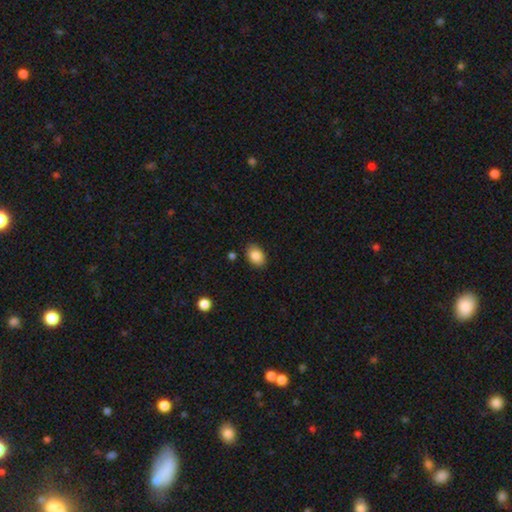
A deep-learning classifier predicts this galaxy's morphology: smooth-or-featured: smooth: 87% | star or artifact: 8% | featured or disk: 5%
  how-rounded: in between: 81% | round: 18% | cigar-shaped: 1%
  merging: none: 85% | minor disturbance: 10% | major disturbance: 2% | merger: 2%